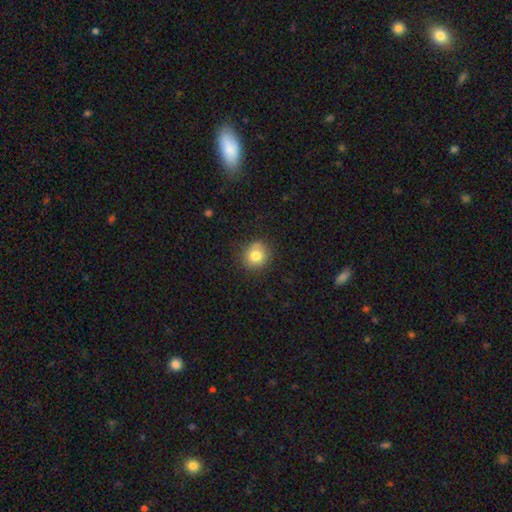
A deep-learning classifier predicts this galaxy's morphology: Overall: smooth (79%). How rounded: round (85%). Merging: none (80%).